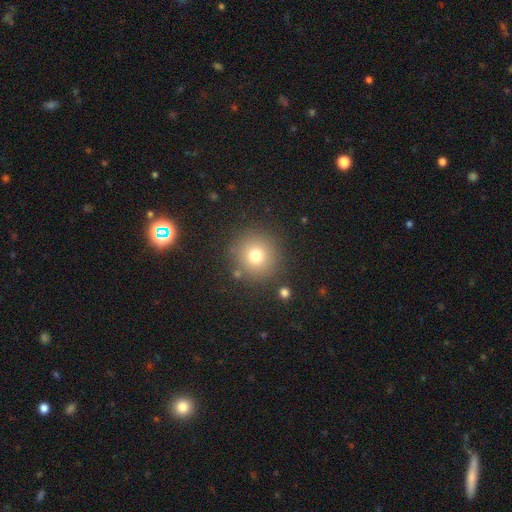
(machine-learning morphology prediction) Overall: smooth (74%). How rounded: round (94%). Merging: none (86%).